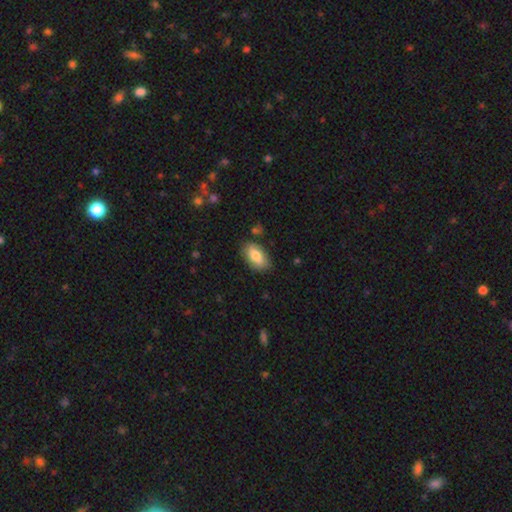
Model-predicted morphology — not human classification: Smooth or featured? smooth (79%)
How rounded? in between (92%)
Merging? none (79%)